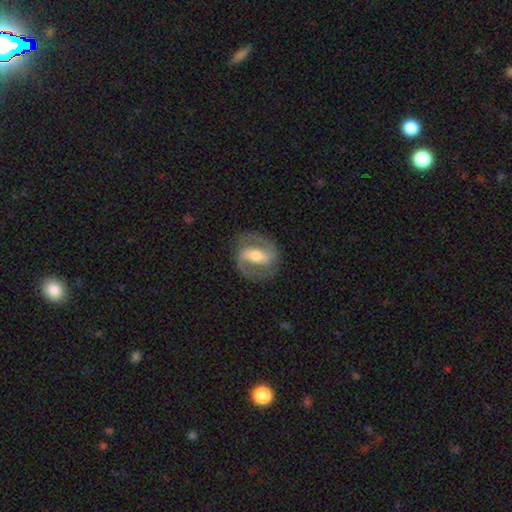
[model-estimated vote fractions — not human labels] smooth_or_featured: featured or disk (p=0.85) [alt: smooth p=0.10]
disk_edge_on: no (p=0.97) [alt: yes p=0.03]
bar: strong (p=0.55) [alt: weak p=0.32]
has_spiral_arms: yes (p=0.92) [alt: no p=0.08]
spiral_winding: medium (p=0.54) [alt: tight p=0.30]
spiral_arm_count: 2 (p=0.91) [alt: can't tell p=0.03]
bulge_size: moderate (p=0.64) [alt: small p=0.26]
merging: none (p=0.84) [alt: minor disturbance p=0.10]